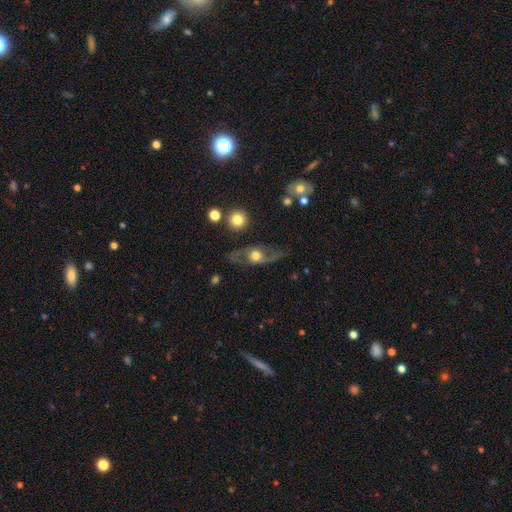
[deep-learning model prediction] The model was most divided on "bulge size": moderate: 56%, large: 30%, small: 9%, dominant: 3%, none: 2%. More confident: spiral arms — yes (79%); bar — no (76%); edge-on disk — no (73%); smooth or featured — featured or disk (70%); merging — none (63%).